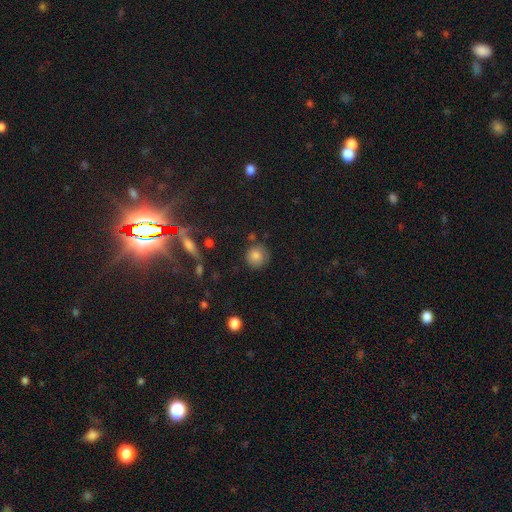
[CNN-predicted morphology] Smooth or featured? smooth (82%)
How rounded? round (91%)
Merging? none (79%)